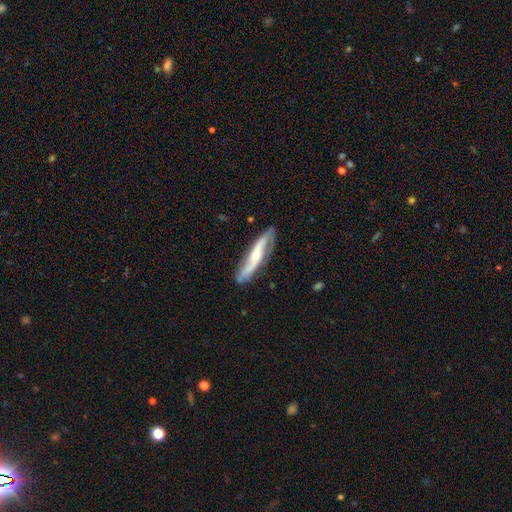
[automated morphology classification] featured or disk 70%, smooth 25%, star or artifact 5%. Down the decision tree: edge-on disk — no (52%); merging — none (75%).